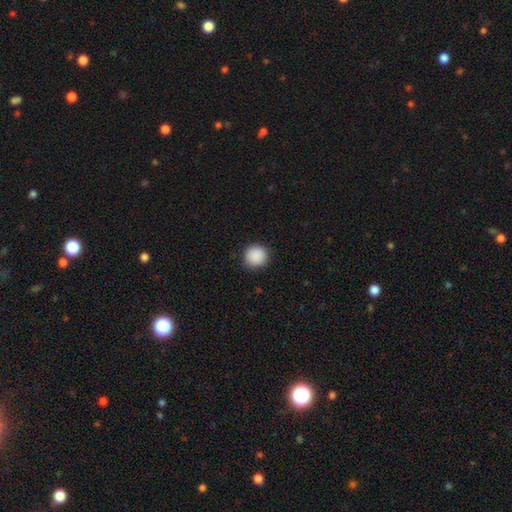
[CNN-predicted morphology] A smooth galaxy with no disk features (90%) that is round (94%). Merging: none (91%).